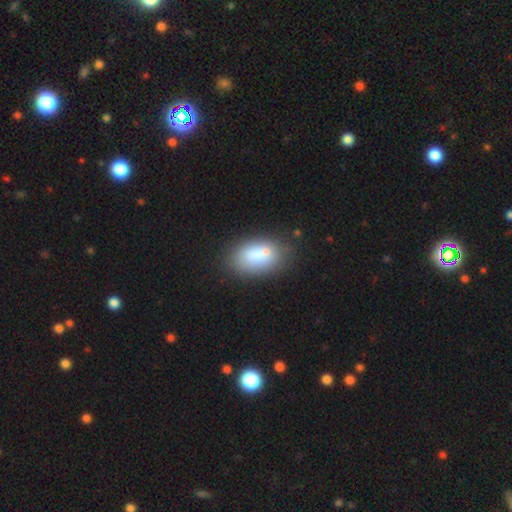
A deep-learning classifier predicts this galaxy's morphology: Smooth or featured? Predicted: smooth (p=0.76). How rounded? Predicted: in between (p=0.91). Merging? Predicted: none (p=0.63).